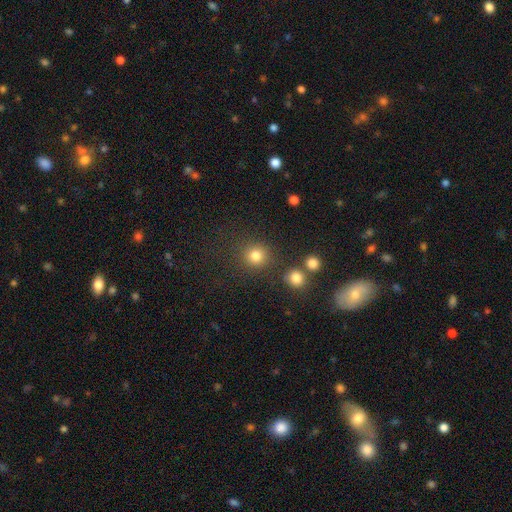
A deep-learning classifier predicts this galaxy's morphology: Overall: smooth (82%). How rounded: round (92%). Merging: none (83%).